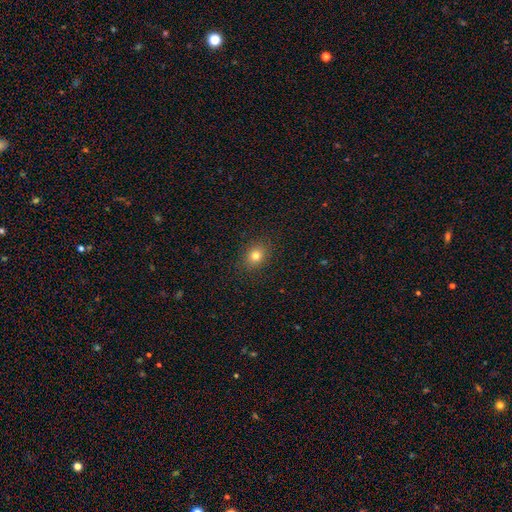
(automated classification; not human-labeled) This is likely a smooth galaxy (79%). How rounded: possibly round (59%). Merging: clearly none (89%).